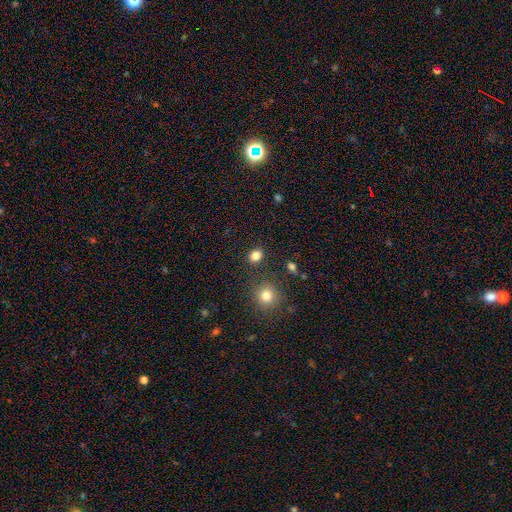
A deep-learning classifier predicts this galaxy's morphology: Overall: smooth (83%). How rounded: in between (50%; round 49%). Merging: none (86%).